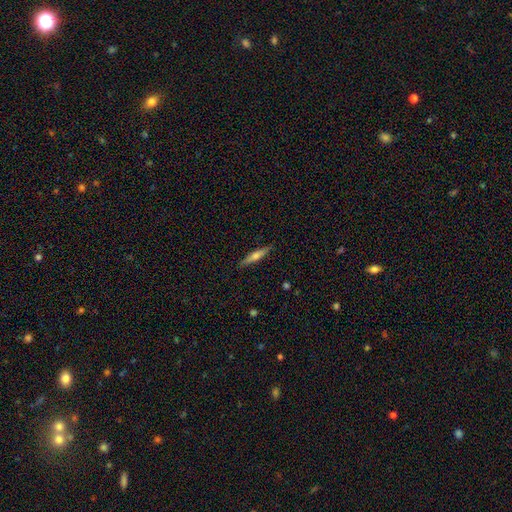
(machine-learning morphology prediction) Smooth or featured?
  - featured or disk: 50% *
  - smooth: 44%
  - star or artifact: 6%
Merging?
  - none: 90% *
  - minor disturbance: 8%
  - major disturbance: 2%
  - merger: 1%